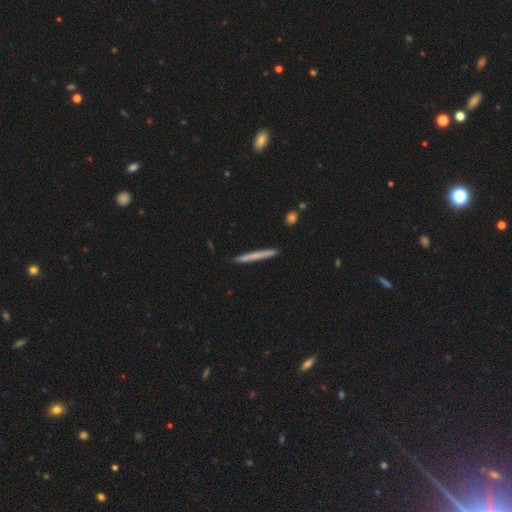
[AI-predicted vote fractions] This is likely a smooth galaxy (65%). How rounded: clearly cigar-shaped (97%). Merging: clearly none (91%).